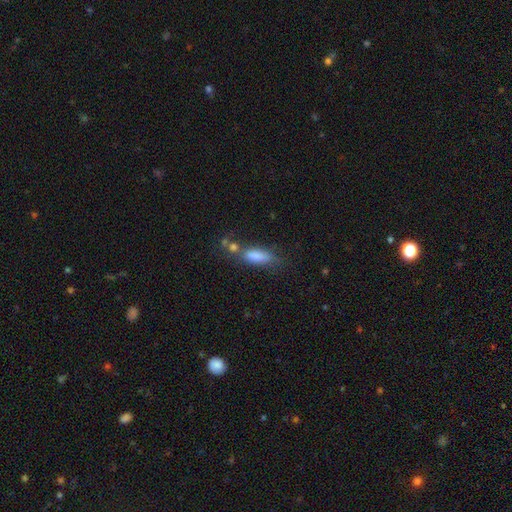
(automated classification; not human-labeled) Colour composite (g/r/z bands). It shows a smooth galaxy with no disk features (63%) that is in between round and cigar-shaped (53%). Merging: none (59%).